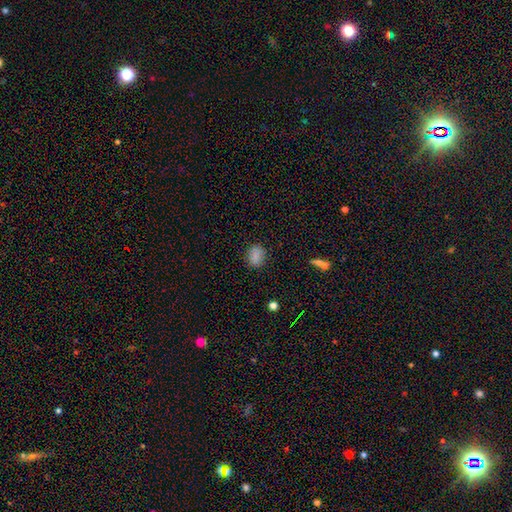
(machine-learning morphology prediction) This is clearly a smooth galaxy (83%). How rounded: possibly in between (58%). Merging: clearly none (85%).